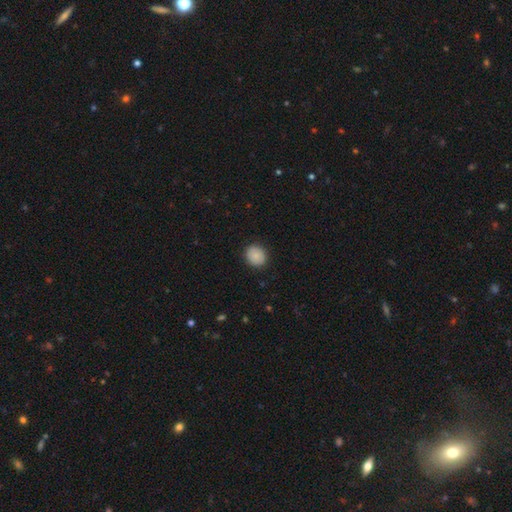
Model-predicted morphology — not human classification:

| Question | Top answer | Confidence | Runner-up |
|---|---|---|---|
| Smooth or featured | smooth | 86% | star or artifact (8%) |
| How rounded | round | 77% | in between (23%) |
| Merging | none | 88% | minor disturbance (9%) |